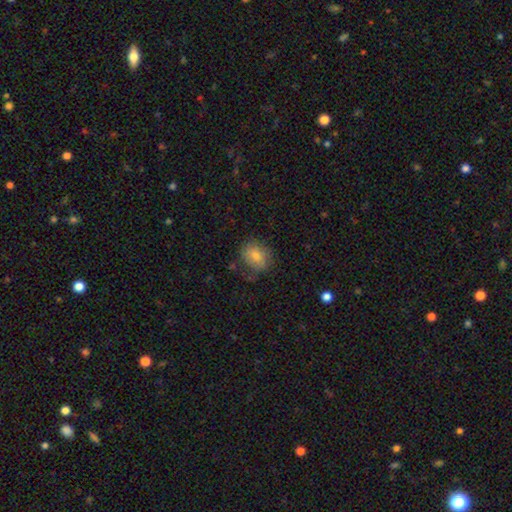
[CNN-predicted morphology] smooth 75%, featured or disk 15%, star or artifact 10%. Down the decision tree: how rounded — round (52%); merging — none (74%).